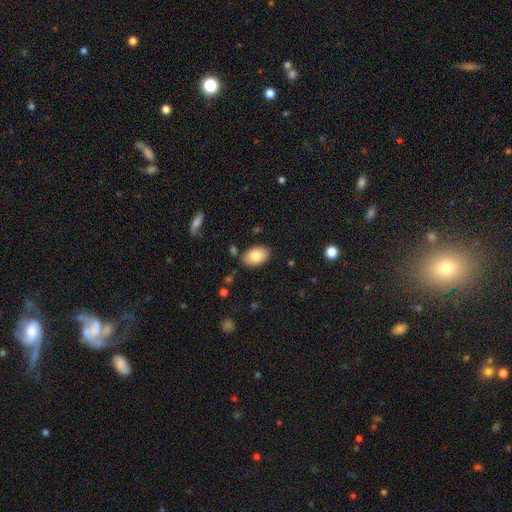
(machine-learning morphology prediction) A smooth galaxy with no disk features (82%) that is in between round and cigar-shaped (91%).

Vote fractions:
- Smooth or featured? smooth: 82% / featured or disk: 11% / star or artifact: 7%
- How rounded? in between: 91% / round: 8% / cigar-shaped: 1%
- Merging? none: 84% / minor disturbance: 11% / major disturbance: 2% / merger: 2%